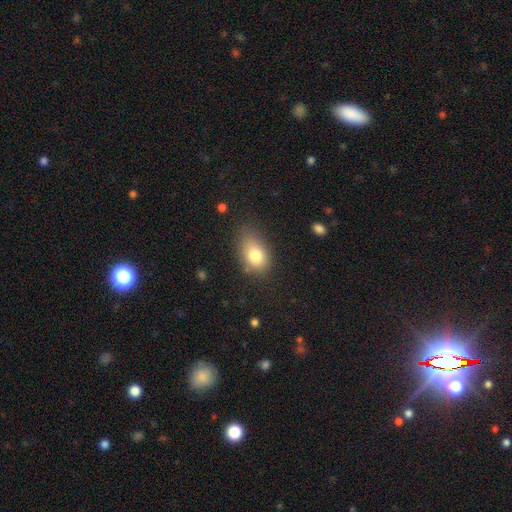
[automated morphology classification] type=smooth (79%); roundness=in between (81%); merging=none (61%).